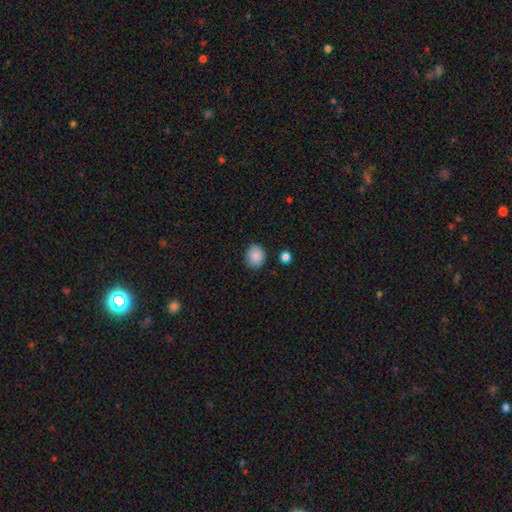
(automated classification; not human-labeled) Morphology: type=smooth (88%); roundness=round (68%); merging=none (85%).